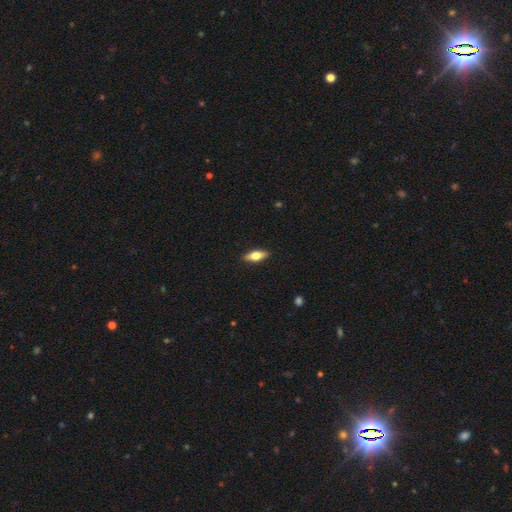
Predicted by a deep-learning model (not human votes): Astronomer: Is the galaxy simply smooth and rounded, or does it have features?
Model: smooth — 55% (runner-up: featured or disk, 38%).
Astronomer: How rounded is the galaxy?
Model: in between — 67%.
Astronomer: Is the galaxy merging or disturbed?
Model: none — 89%.